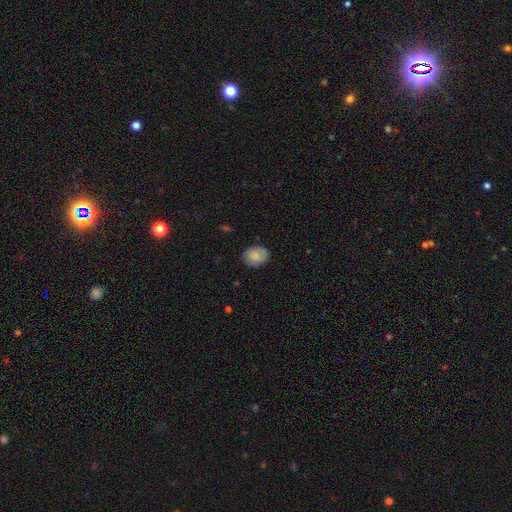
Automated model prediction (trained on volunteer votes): smooth 80%, featured or disk 13%, star or artifact 7%. Down the decision tree: how rounded — in between (58%); merging — none (82%).